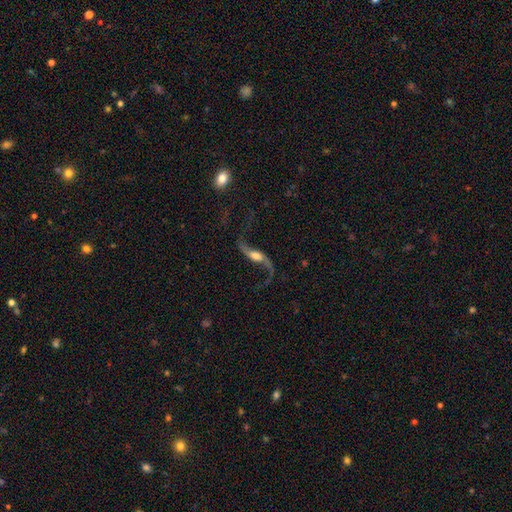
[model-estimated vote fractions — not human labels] This appears to be a featured or disk galaxy (88%) with no bar (38%), 2 (93%) loose (94%) spiral arms (96%) and a moderate central bulge (49%). Merging: none (69%).